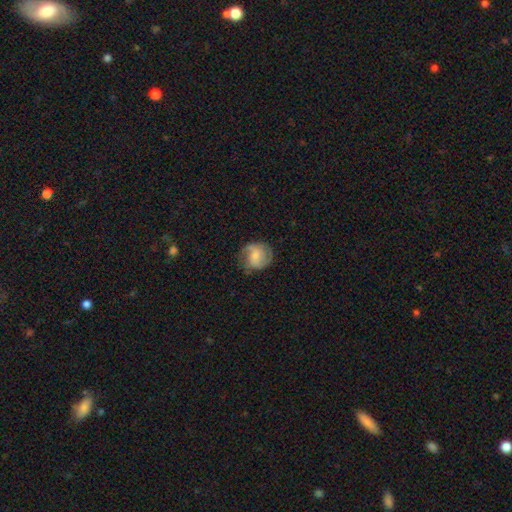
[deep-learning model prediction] A featured or disk galaxy (52%) with no bar (56%), spiral arms (87%) and a small central bulge (46%). Merging: none (68%).